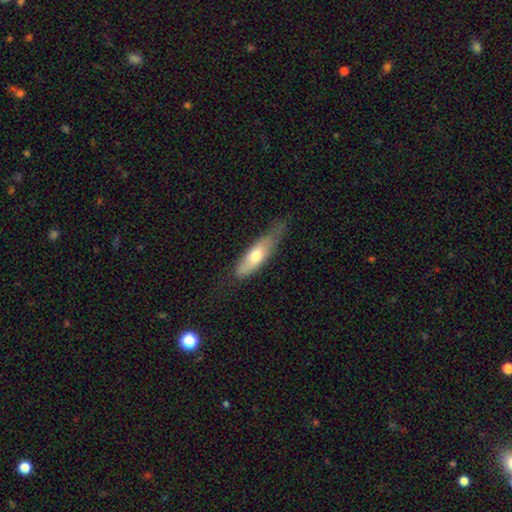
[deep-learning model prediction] Smooth or featured: smooth — 63% (featured or disk — 31%)
How rounded: in between — 52% (cigar-shaped — 46%)
Merging: none — 50% (minor disturbance — 35%)